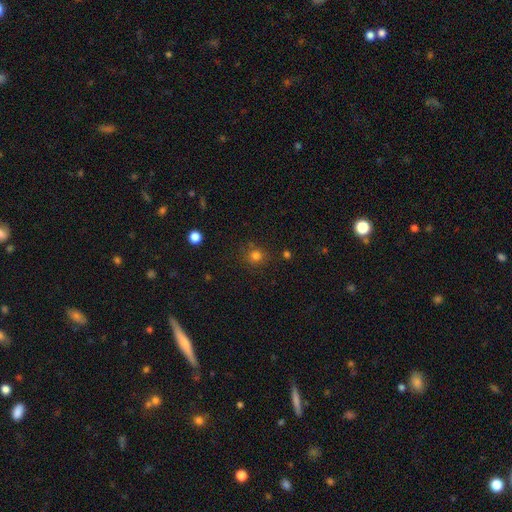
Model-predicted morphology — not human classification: type=smooth (79%); roundness=round (89%); merging=none (81%).